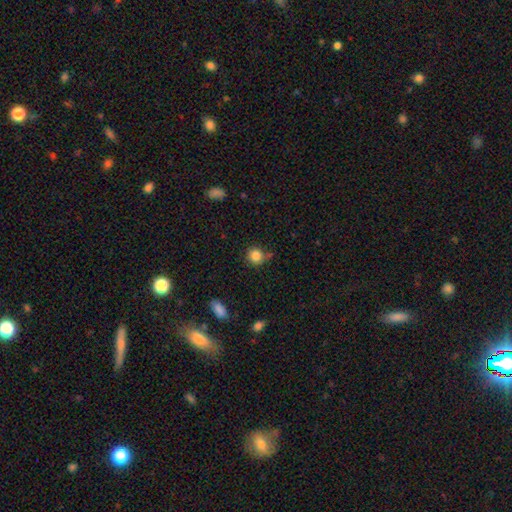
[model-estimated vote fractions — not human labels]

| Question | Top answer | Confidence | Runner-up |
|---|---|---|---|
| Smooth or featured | smooth | 85% | star or artifact (10%) |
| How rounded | round | 87% | in between (12%) |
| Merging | none | 70% | minor disturbance (18%) |